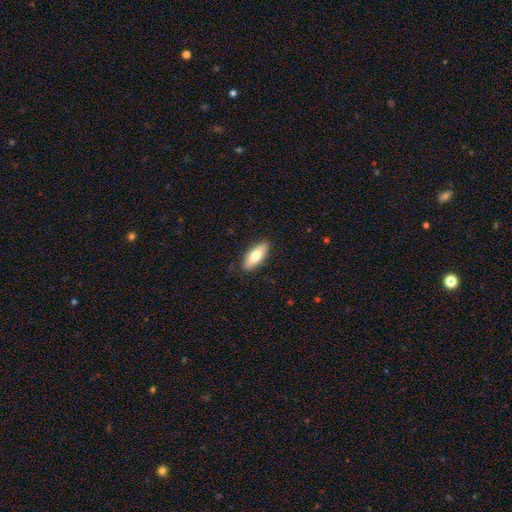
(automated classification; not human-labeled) Smooth or featured? Predicted: smooth (p=0.74). How rounded? Predicted: in between (p=0.75). Merging? Predicted: none (p=0.86).